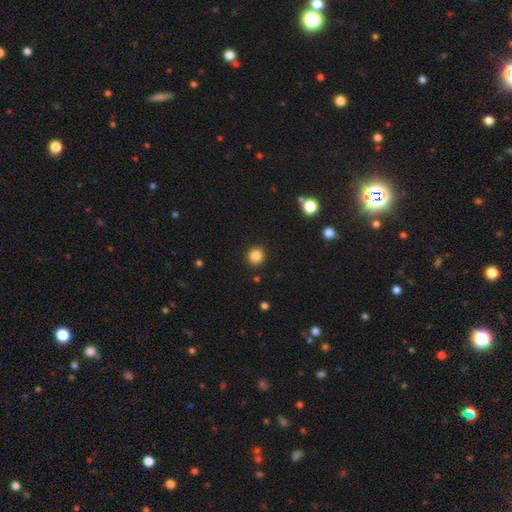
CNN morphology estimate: This appears to be a smooth galaxy with no disk features (85%) that is round (95%). Merging: none (92%).